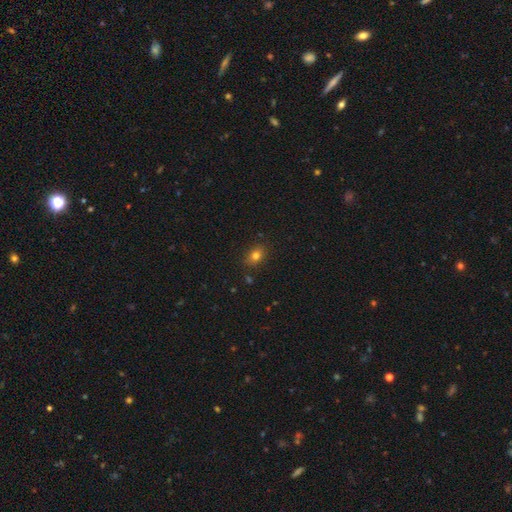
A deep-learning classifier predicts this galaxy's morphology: Smooth or featured? smooth (79%)
How rounded? in between (70%)
Merging? none (85%)